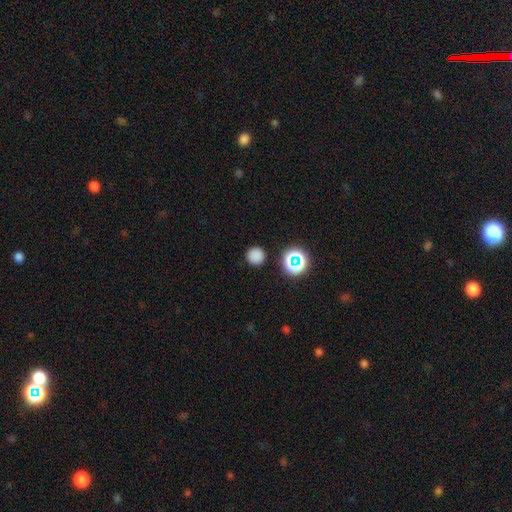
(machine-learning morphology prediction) Smooth or featured? Predicted: smooth (p=0.77). How rounded? Predicted: round (p=0.95). Merging? Predicted: none (p=0.90).